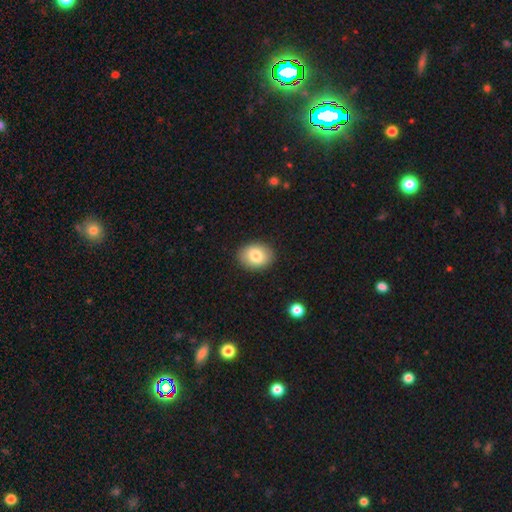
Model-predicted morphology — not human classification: Smooth or featured? Predicted: smooth (p=0.81). How rounded? Predicted: in between (p=0.61). Merging? Predicted: none (p=0.89).